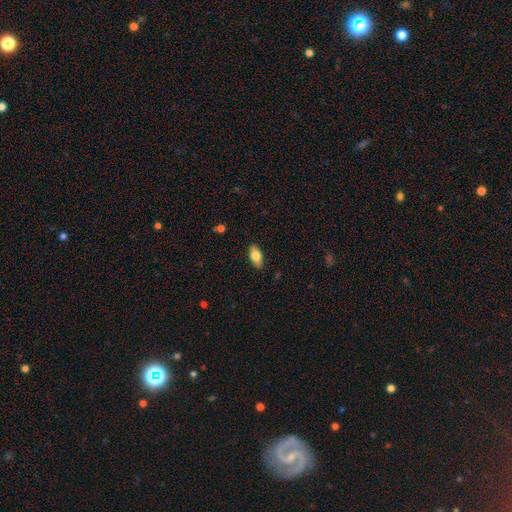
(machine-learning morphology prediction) Overall: smooth (77%). How rounded: in between (88%). Merging: none (87%).